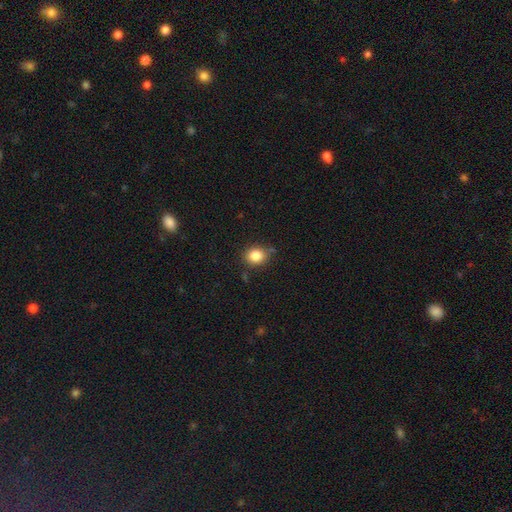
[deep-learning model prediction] Smooth or featured: smooth — 84% (star or artifact — 10%)
How rounded: round — 69% (in between — 30%)
Merging: none — 78% (minor disturbance — 15%)